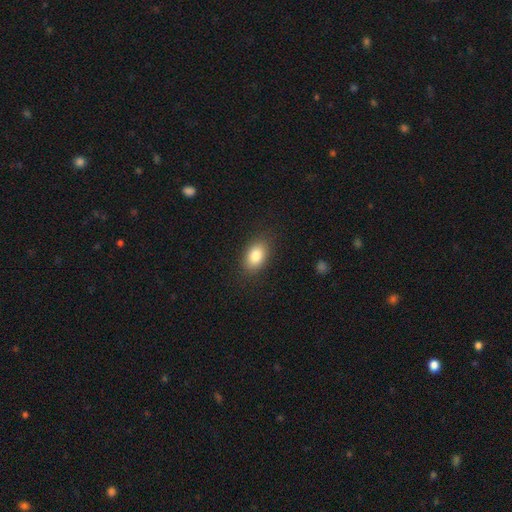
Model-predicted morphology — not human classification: A smooth galaxy with no disk features (82%) that is in between round and cigar-shaped (85%).

Vote fractions:
- Smooth or featured? smooth: 82% / featured or disk: 9% / star or artifact: 8%
- How rounded? in between: 85% / round: 13% / cigar-shaped: 2%
- Merging? none: 86% / minor disturbance: 10% / major disturbance: 3% / merger: 1%